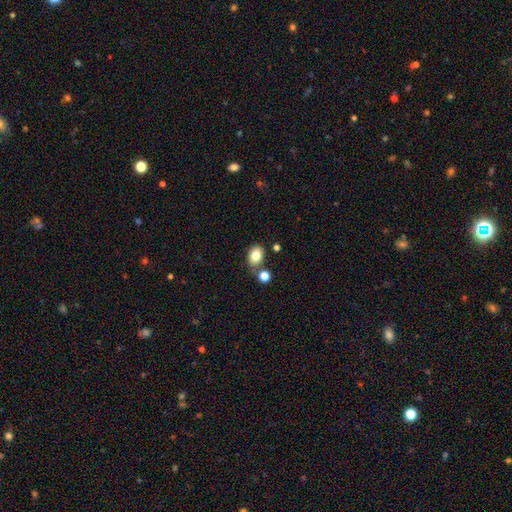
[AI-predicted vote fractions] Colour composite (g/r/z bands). It shows a smooth galaxy with no disk features (81%) that is in between round and cigar-shaped (70%). Merging: none (70%).